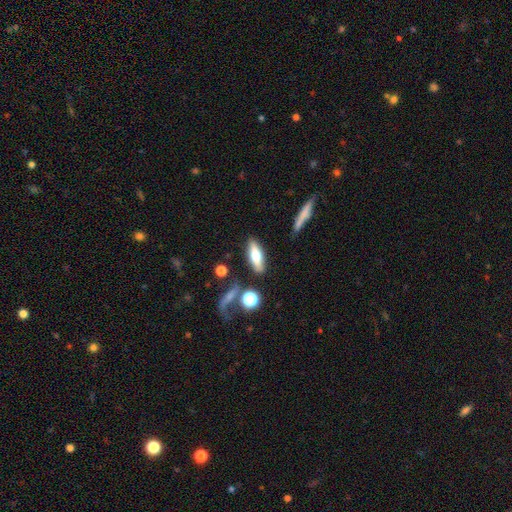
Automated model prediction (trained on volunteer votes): Smooth or featured?
  - smooth: 54% *
  - featured or disk: 38%
  - star or artifact: 7%
How rounded?
  - cigar-shaped: 49% *
  - in between: 48%
  - round: 3%
Merging?
  - none: 81% *
  - minor disturbance: 11%
  - merger: 5%
  - major disturbance: 4%